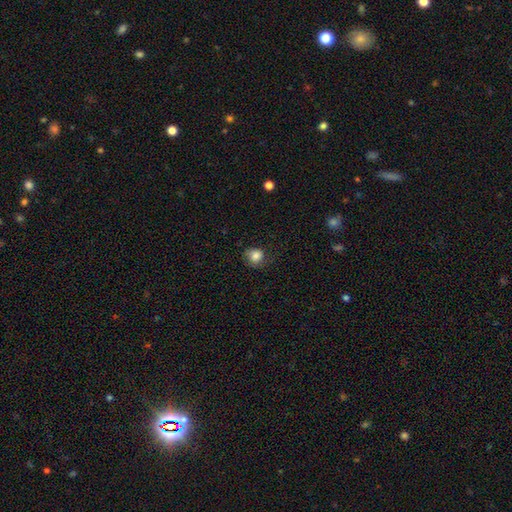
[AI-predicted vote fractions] This is clearly a smooth galaxy (81%). How rounded: likely round (77%). Merging: likely none (60%).